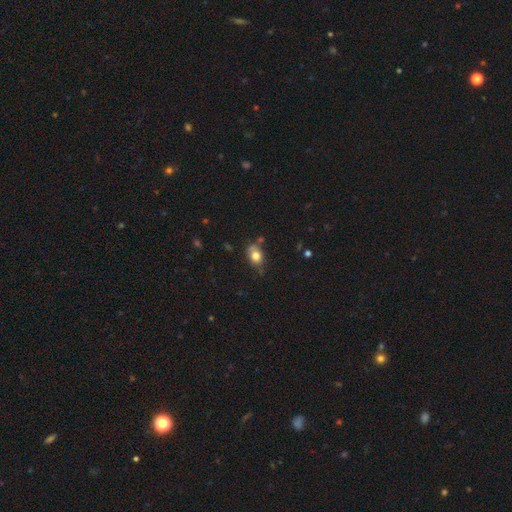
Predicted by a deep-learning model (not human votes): This appears to be a smooth galaxy with no disk features (78%) that is in between round and cigar-shaped (64%). Merging: none (61%).